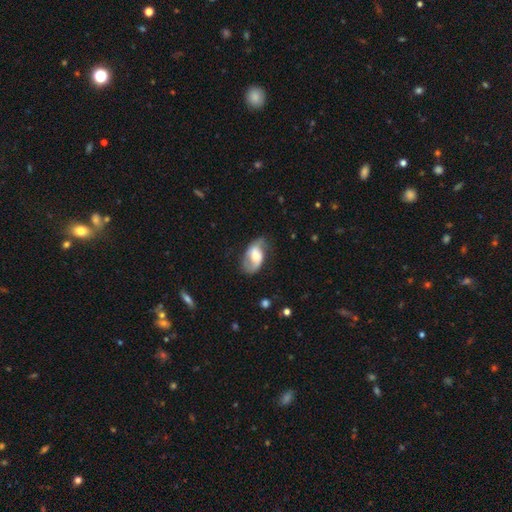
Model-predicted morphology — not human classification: Smooth or featured? featured or disk (69%)
Edge-on disk? no (96%)
Bar? weak (41%)
Spiral arms? yes (87%)
Spiral winding? medium (41%)
Spiral arm count? 2 (78%)
Bulge size? moderate (54%)
Merging? none (59%)